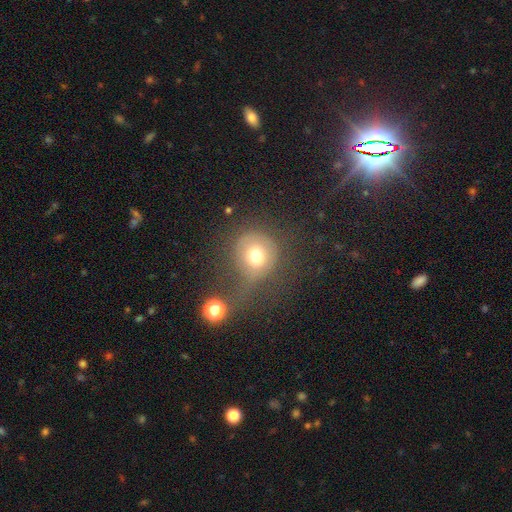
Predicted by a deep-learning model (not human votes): Smooth or featured: smooth — 68% (featured or disk — 19%)
How rounded: round — 86% (in between — 13%)
Merging: none — 35% (major disturbance — 34%)